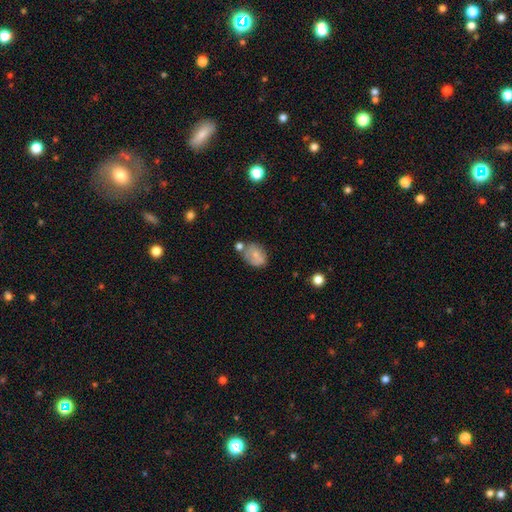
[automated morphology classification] smooth_or_featured: smooth (p=0.66) [alt: featured or disk p=0.25]
how_rounded: in between (p=0.68) [alt: round p=0.31]
merging: none (p=0.51) [alt: minor disturbance p=0.22]